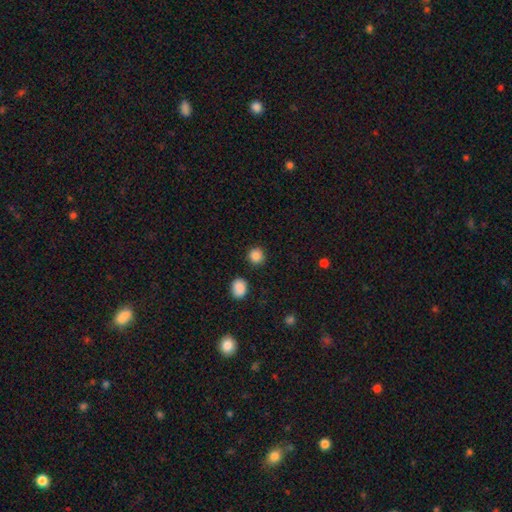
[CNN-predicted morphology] Overall: smooth (86%). How rounded: round (91%). Merging: none (88%).